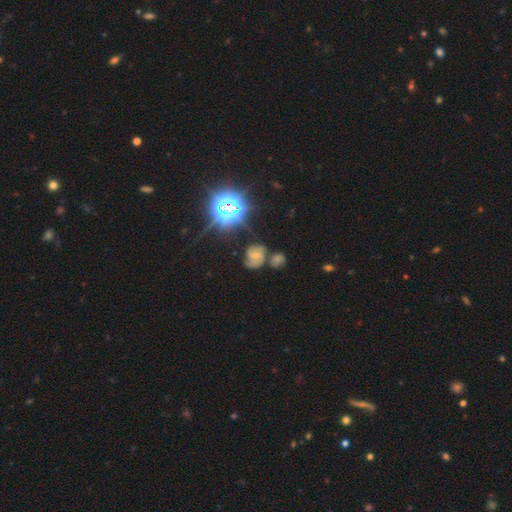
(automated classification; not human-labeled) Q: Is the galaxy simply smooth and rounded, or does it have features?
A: featured or disk — 52%.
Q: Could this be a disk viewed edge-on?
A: no — 97%.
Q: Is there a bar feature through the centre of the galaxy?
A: no — 58%.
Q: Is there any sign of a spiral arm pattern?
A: yes — 84%.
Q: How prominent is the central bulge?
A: small — 56%.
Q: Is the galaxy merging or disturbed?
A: none — 51%.